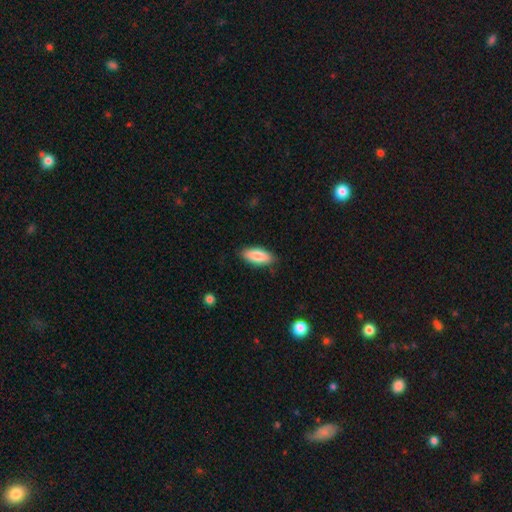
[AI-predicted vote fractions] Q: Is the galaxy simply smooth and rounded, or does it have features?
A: smooth — 85%.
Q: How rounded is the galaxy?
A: in between — 80%.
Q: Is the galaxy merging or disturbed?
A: none — 86%.